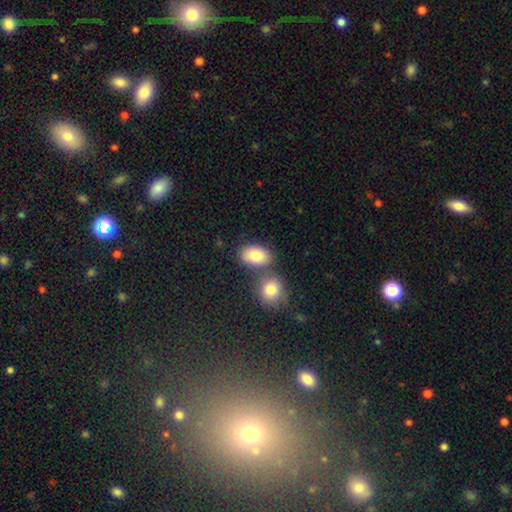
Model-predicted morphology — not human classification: This appears to be a smooth galaxy with no disk features (81%) that is in between round and cigar-shaped (83%). Merging: none (54%).